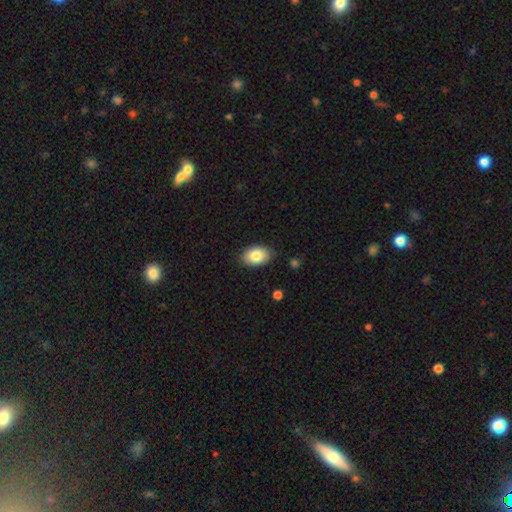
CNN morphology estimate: A smooth galaxy with no disk features (83%) that is in between round and cigar-shaped (89%). Merging: none (86%).